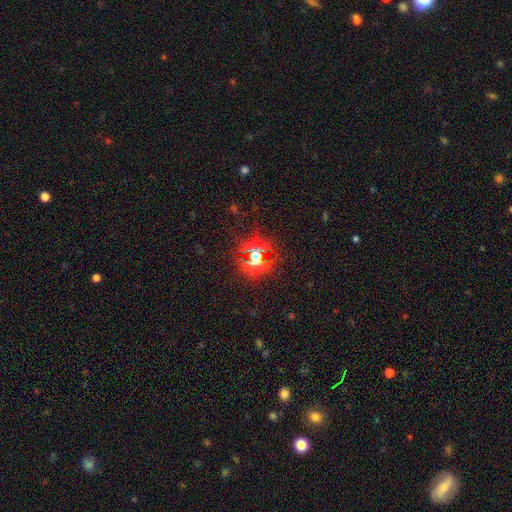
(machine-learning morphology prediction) Smooth or featured: star or artifact — 70% (smooth — 20%)